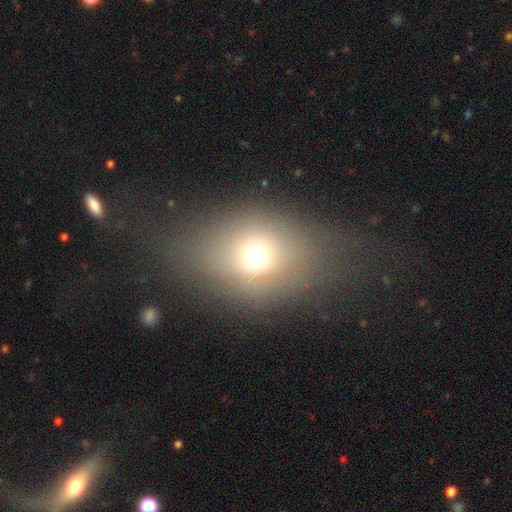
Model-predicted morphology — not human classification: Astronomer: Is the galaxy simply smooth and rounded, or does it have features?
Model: smooth — 65%.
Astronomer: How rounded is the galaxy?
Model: in between — 60% (runner-up: round, 38%).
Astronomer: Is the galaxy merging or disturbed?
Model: none — 63%.